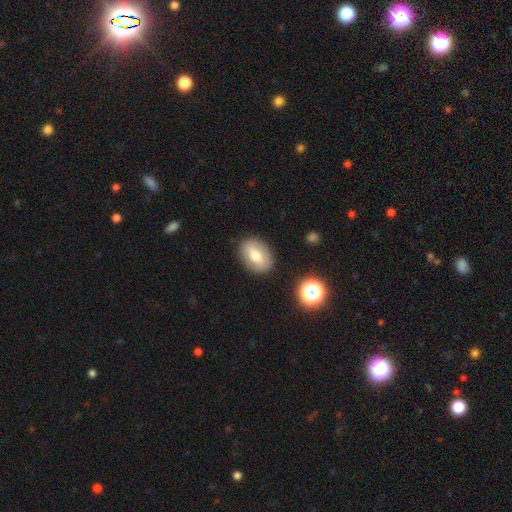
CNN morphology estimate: smooth-or-featured: smooth: 65% | featured or disk: 27% | star or artifact: 9%
  how-rounded: in between: 80% | round: 19% | cigar-shaped: 2%
  merging: none: 86% | minor disturbance: 10% | major disturbance: 3% | merger: 2%